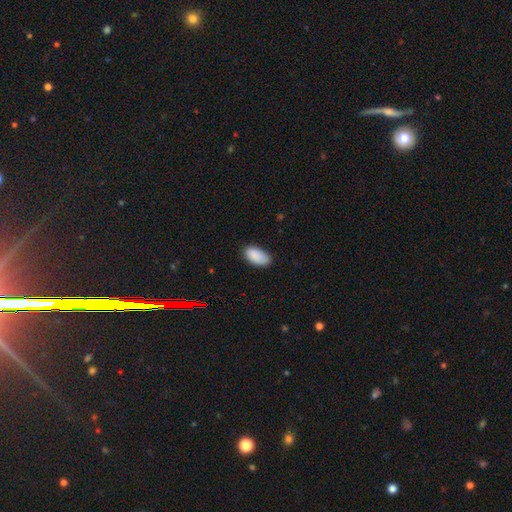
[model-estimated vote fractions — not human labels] Morphology: type=smooth (89%); roundness=in between (95%); merging=none (78%).